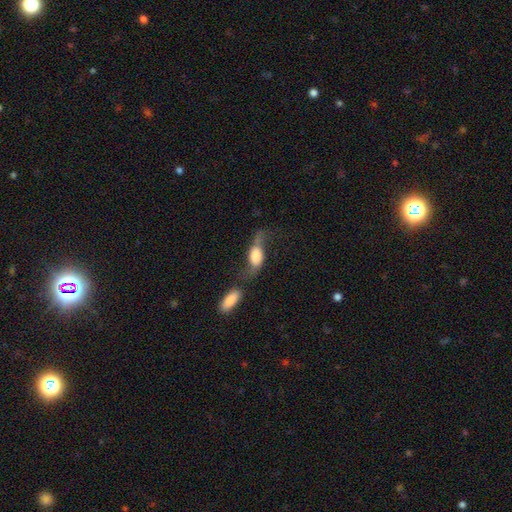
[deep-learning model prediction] Smooth or featured? smooth (52%)
How rounded? in between (80%)
Merging? none (29%)